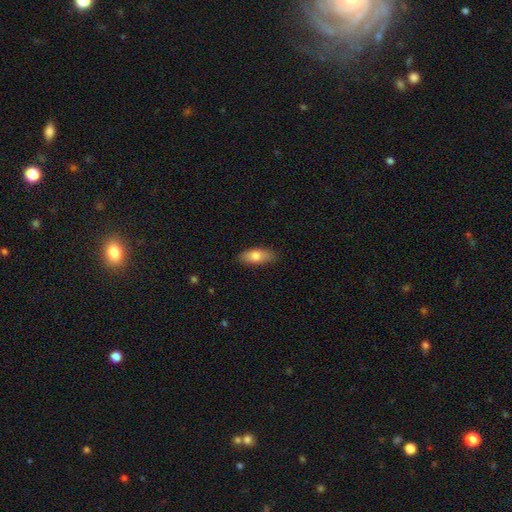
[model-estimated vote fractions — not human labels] A smooth galaxy with no disk features (77%) that is in between round and cigar-shaped (77%).

Vote fractions:
- Smooth or featured? smooth: 77% / featured or disk: 16% / star or artifact: 7%
- How rounded? in between: 77% / cigar-shaped: 20% / round: 3%
- Merging? none: 85% / minor disturbance: 11% / major disturbance: 2% / merger: 1%